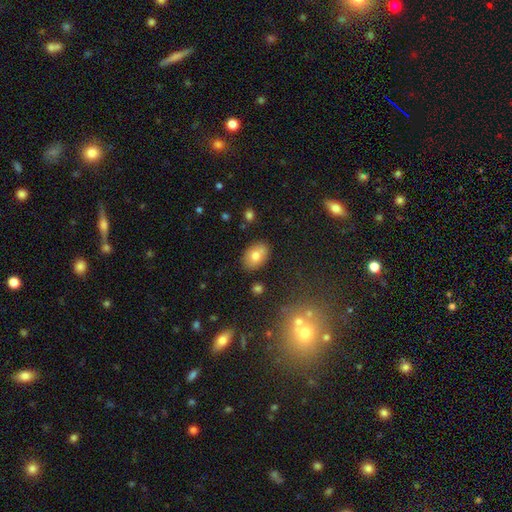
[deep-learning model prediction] Smooth or featured? smooth (75%)
How rounded? in between (83%)
Merging? none (76%)